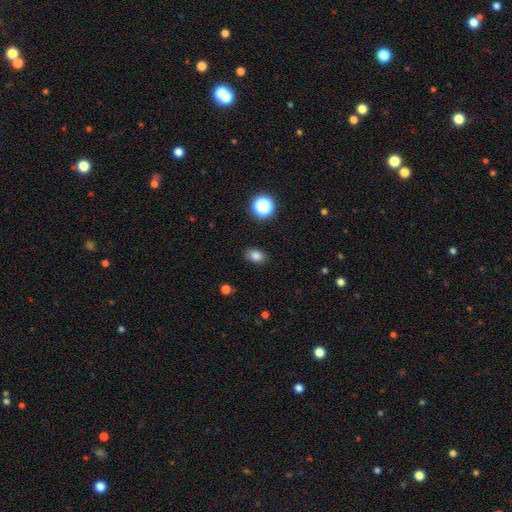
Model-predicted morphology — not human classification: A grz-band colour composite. It shows a smooth galaxy with no disk features (82%) that is in between round and cigar-shaped (76%). Merging: none (88%).